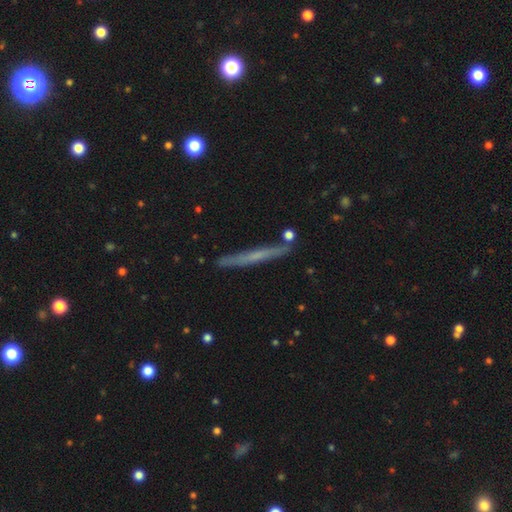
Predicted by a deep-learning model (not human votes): Smooth or featured: featured or disk — 53% (smooth — 38%)
Edge-on disk: yes — 95% (no — 5%)
Edge-on bulge: none — 72% (rounded — 22%)
Merging: none — 86% (minor disturbance — 9%)